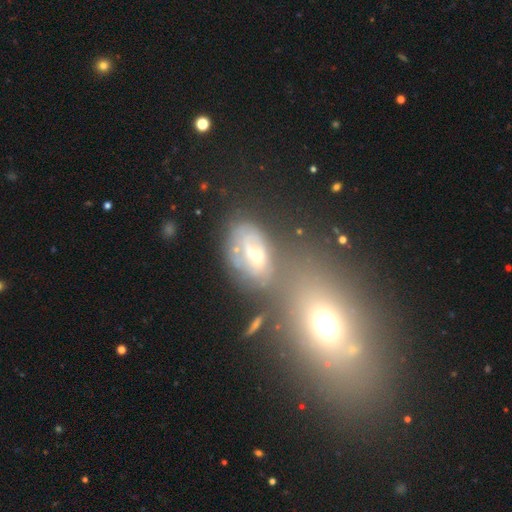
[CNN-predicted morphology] The model was most divided on "merging": none: 37%, merger: 25%, major disturbance: 20%, minor disturbance: 18%. Remaining: smooth or featured — featured or disk (49%).